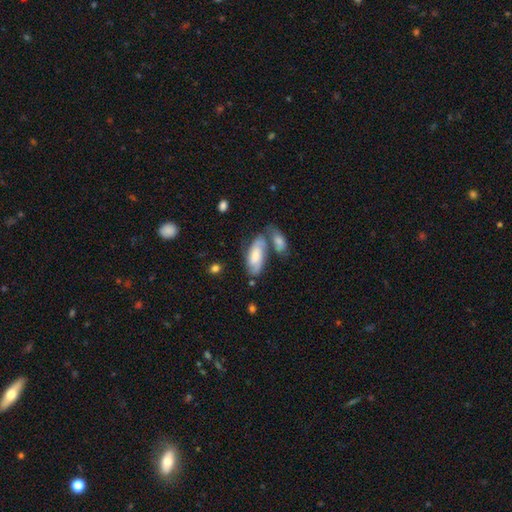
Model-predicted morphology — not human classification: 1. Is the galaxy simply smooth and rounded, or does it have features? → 49% smooth, 45% featured or disk, 6% star or artifact.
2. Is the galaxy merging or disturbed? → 42% none, 33% merger, 17% minor disturbance, 8% major disturbance.